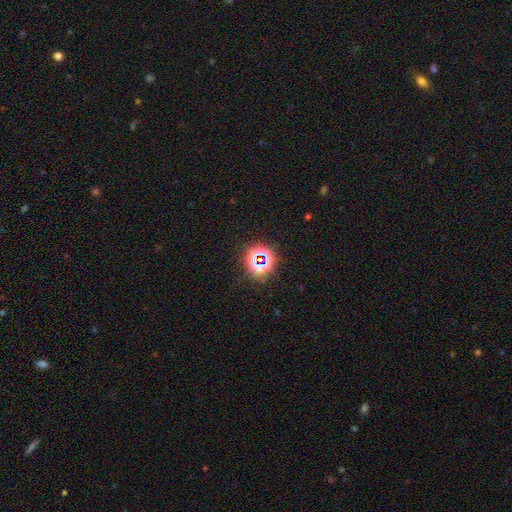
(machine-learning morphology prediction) The model was most divided on "smooth or featured": star or artifact: 69%, smooth: 22%, featured or disk: 9%.